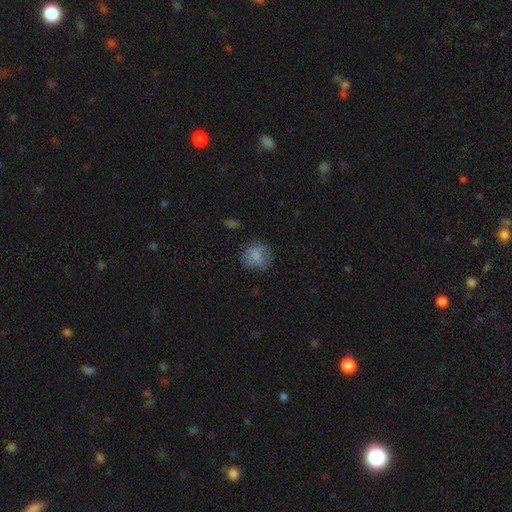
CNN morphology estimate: Smooth or featured?
  - smooth: 75% *
  - featured or disk: 15%
  - star or artifact: 10%
How rounded?
  - round: 79% *
  - in between: 20%
  - cigar-shaped: 1%
Merging?
  - none: 68% *
  - minor disturbance: 21%
  - major disturbance: 9%
  - merger: 2%